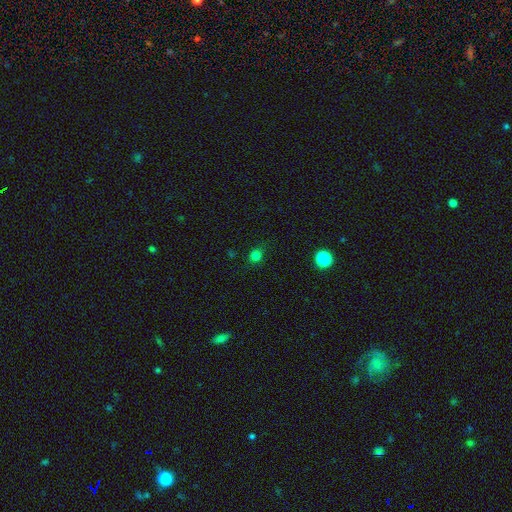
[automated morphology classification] smooth_or_featured: smooth (p=0.77) [alt: star or artifact p=0.18]
how_rounded: round (p=0.81) [alt: in between p=0.18]
merging: none (p=0.83) [alt: minor disturbance p=0.12]